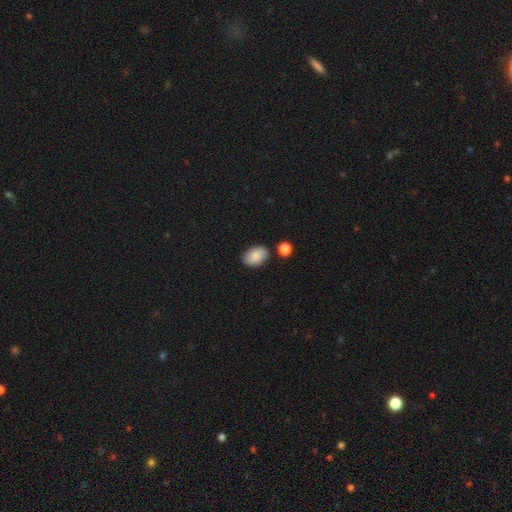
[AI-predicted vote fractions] A smooth galaxy with no disk features (87%) that is in between round and cigar-shaped (89%).

Vote fractions:
- Smooth or featured? smooth: 87% / star or artifact: 7% / featured or disk: 6%
- How rounded? in between: 89% / round: 10% / cigar-shaped: 1%
- Merging? none: 83% / minor disturbance: 11% / merger: 4% / major disturbance: 2%